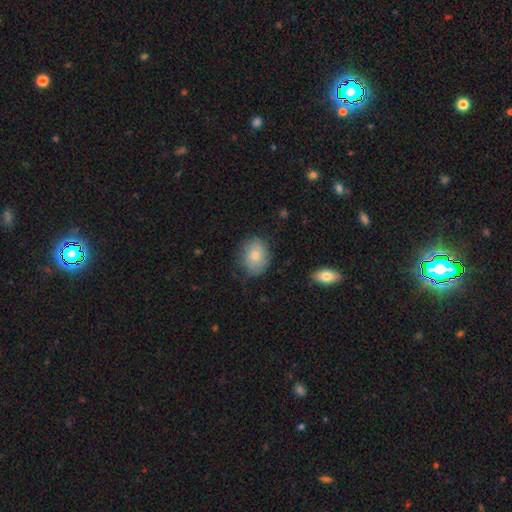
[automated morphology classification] Overall: smooth (82%). How rounded: in between (65%; round 34%). Merging: none (76%).